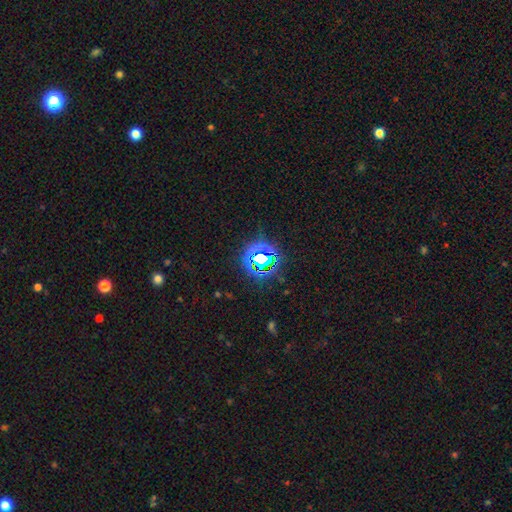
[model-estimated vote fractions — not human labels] Overall: star or artifact (80%).